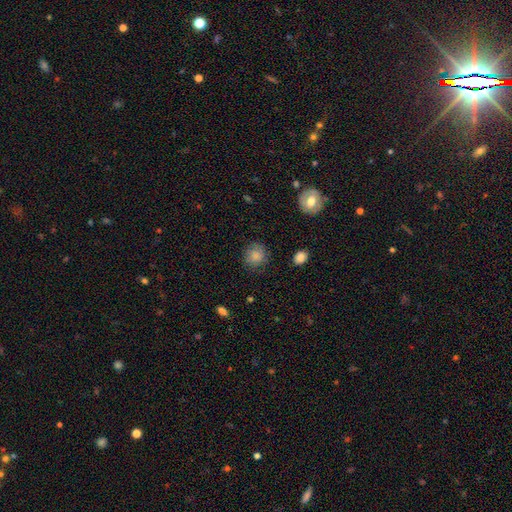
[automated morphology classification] A smooth galaxy with no disk features (84%) that is round (83%). Merging: none (81%).